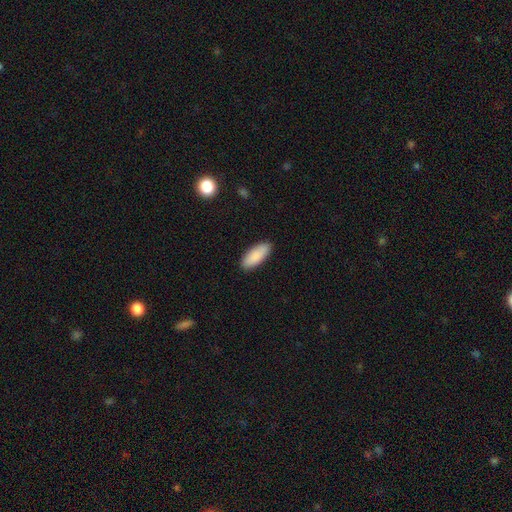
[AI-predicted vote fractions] A smooth galaxy with no disk features (90%) that is in between round and cigar-shaped (81%). Merging: none (89%).